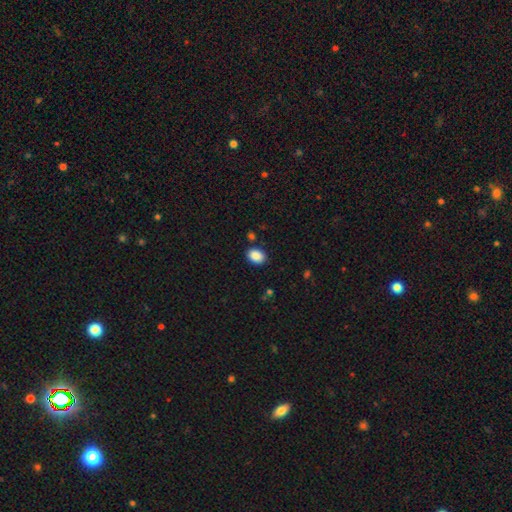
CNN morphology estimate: type=smooth (88%); roundness=in between (72%); merging=none (86%).